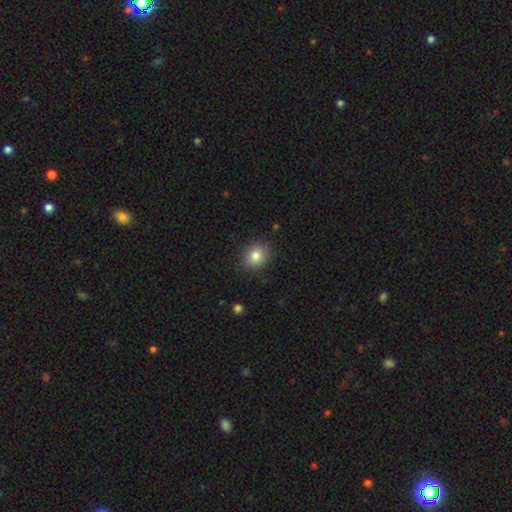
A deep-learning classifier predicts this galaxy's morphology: Smooth or featured: smooth — 82% (star or artifact — 10%)
How rounded: round — 73% (in between — 26%)
Merging: none — 88% (minor disturbance — 9%)